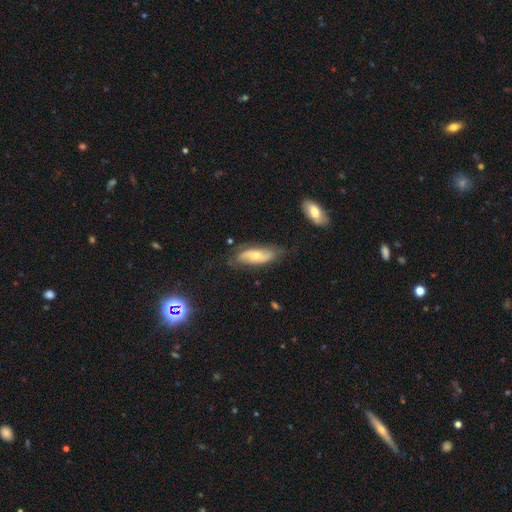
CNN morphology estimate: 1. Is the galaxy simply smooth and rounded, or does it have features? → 51% featured or disk, 42% smooth, 7% star or artifact.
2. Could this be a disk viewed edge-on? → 76% no, 24% yes.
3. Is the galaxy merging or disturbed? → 64% none, 25% minor disturbance, 8% major disturbance, 2% merger.